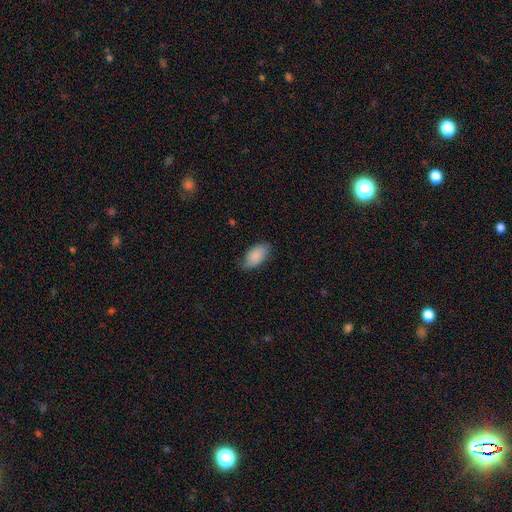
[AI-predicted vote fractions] Q: Smooth or featured?
A: smooth (86%); runner-up: featured or disk (8%)
Q: How rounded?
A: in between (94%); runner-up: round (4%)
Q: Merging?
A: none (72%); runner-up: minor disturbance (23%)